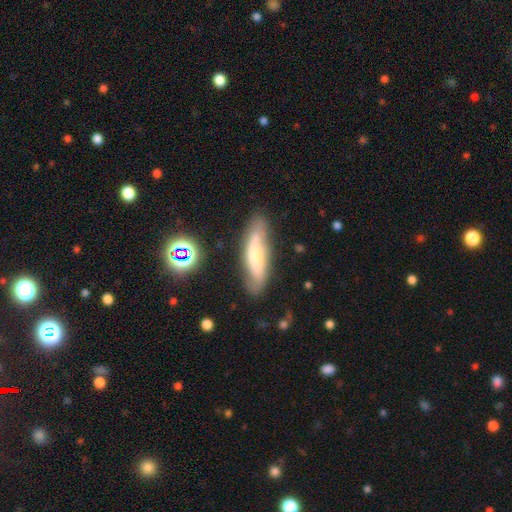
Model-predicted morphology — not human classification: This appears to be a smooth galaxy with no disk features (50%) that is cigar-shaped (59%). Merging: none (74%).